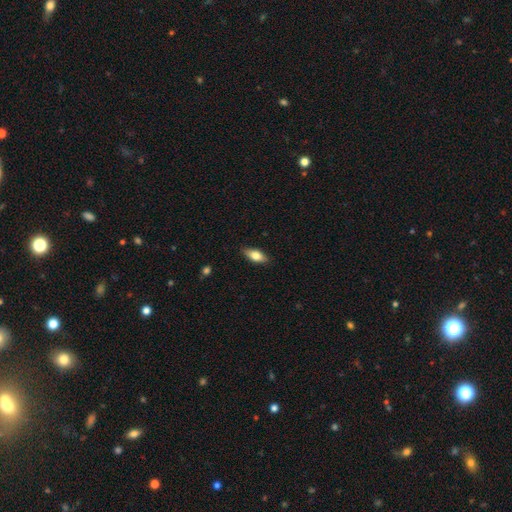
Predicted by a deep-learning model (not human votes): A smooth galaxy with no disk features (71%) that is in between round and cigar-shaped (81%). Merging: none (86%).